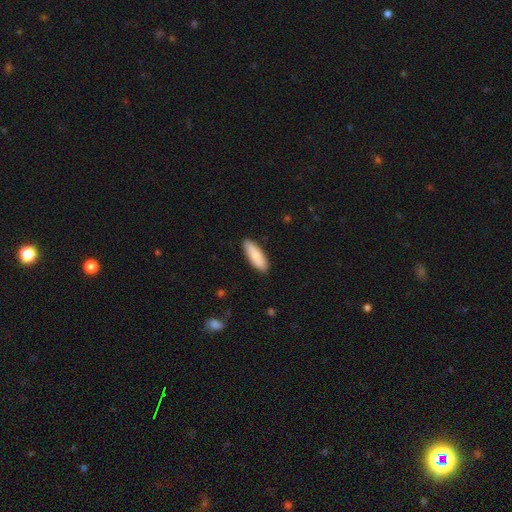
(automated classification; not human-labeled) smooth-or-featured: smooth: 83% | featured or disk: 11% | star or artifact: 5%
  how-rounded: in between: 59% | cigar-shaped: 39% | round: 2%
  merging: none: 87% | minor disturbance: 10% | major disturbance: 2% | merger: 1%